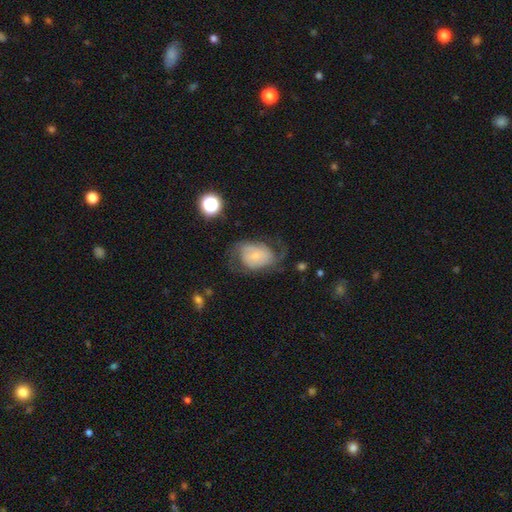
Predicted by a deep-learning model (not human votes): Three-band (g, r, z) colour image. It shows a featured or disk galaxy (62%) with no bar (68%), 2 (64%) medium (43%) spiral arms (86%) and a small central bulge (66%). Merging: none (46%).